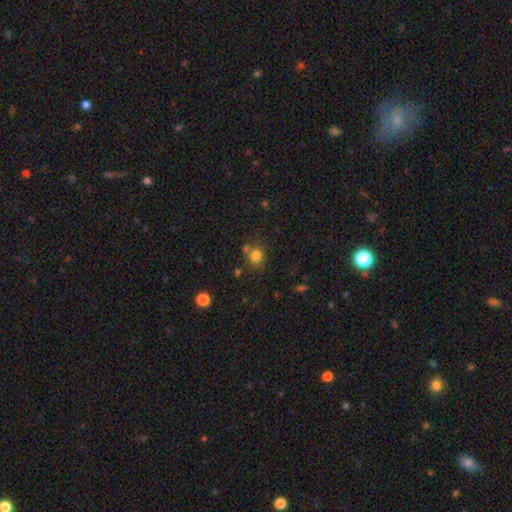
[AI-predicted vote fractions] A smooth galaxy with no disk features (78%) that is round (79%).

Vote fractions:
- Smooth or featured? smooth: 78% / star or artifact: 14% / featured or disk: 8%
- How rounded? round: 79% / in between: 20% / cigar-shaped: 1%
- Merging? none: 63% / merger: 18% / minor disturbance: 14% / major disturbance: 5%